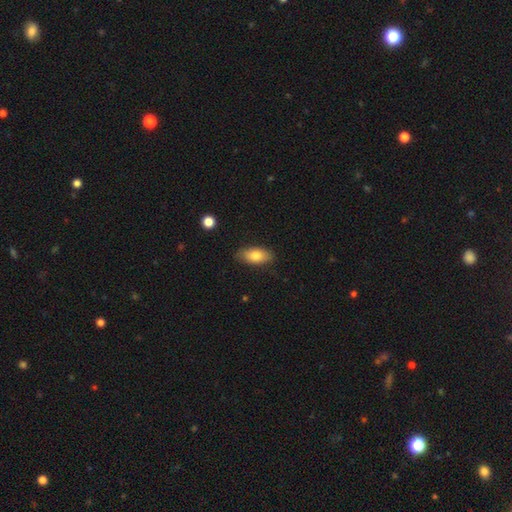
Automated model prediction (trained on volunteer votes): Q: Smooth or featured?
A: smooth (77%); runner-up: featured or disk (16%)
Q: How rounded?
A: in between (87%); runner-up: cigar-shaped (9%)
Q: Merging?
A: none (83%); runner-up: minor disturbance (13%)